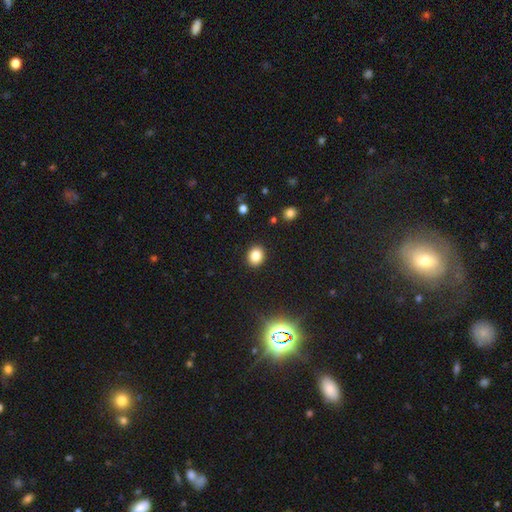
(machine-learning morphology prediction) Overall: smooth (83%). How rounded: round (64%; in between 35%). Merging: none (90%).